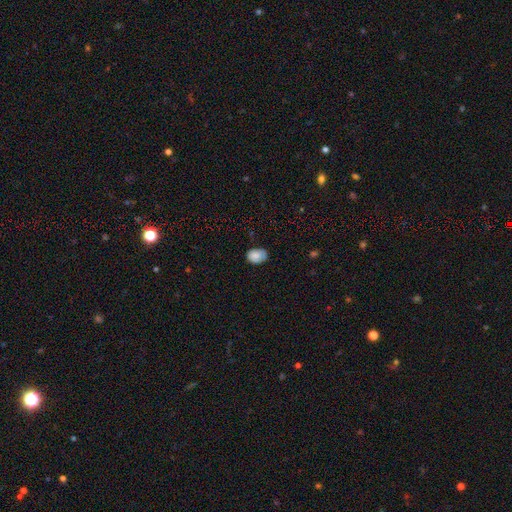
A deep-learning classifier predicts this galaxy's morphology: This appears to be a smooth galaxy with no disk features (85%) that is in between round and cigar-shaped (74%). Merging: none (71%).